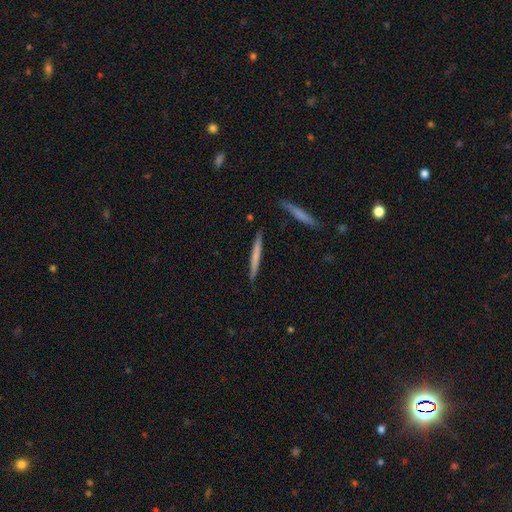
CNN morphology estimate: smooth_or_featured: smooth (p=0.60) [alt: featured or disk p=0.35]
how_rounded: cigar-shaped (p=0.97) [alt: in between p=0.02]
merging: none (p=0.88) [alt: minor disturbance p=0.08]